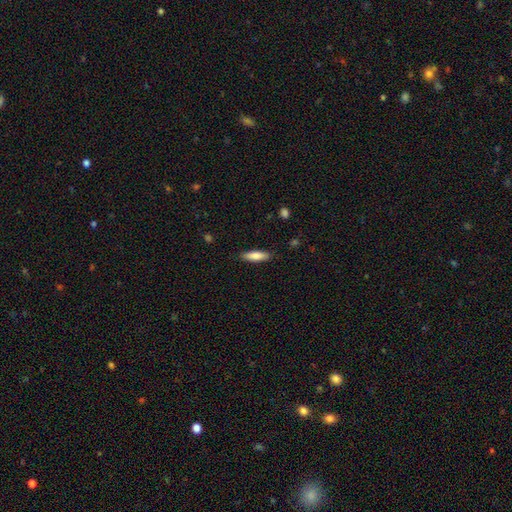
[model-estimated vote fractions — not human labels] Overall: smooth (79%). How rounded: cigar-shaped (58%; in between 40%). Merging: none (87%).